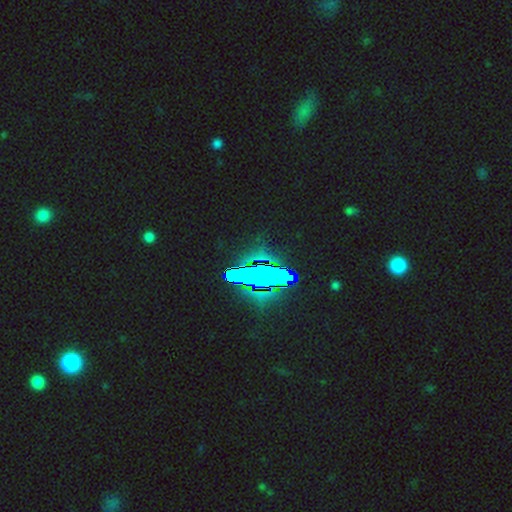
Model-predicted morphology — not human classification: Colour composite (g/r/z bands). It shows a star or artifact, not a galaxy (83%).